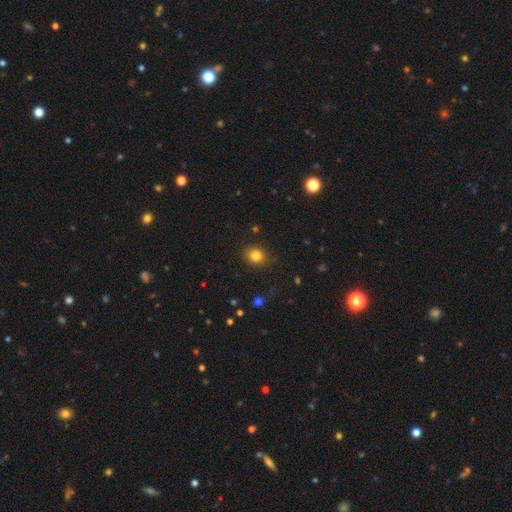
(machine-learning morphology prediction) Smooth or featured: smooth — 82% (star or artifact — 12%)
How rounded: round — 74% (in between — 25%)
Merging: none — 86% (minor disturbance — 10%)